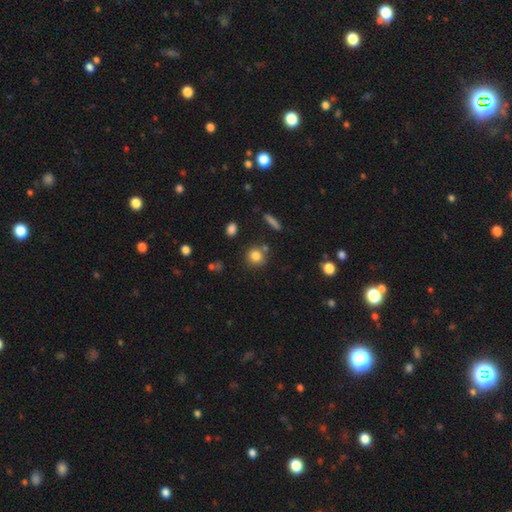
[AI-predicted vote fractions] A smooth galaxy with no disk features (81%) that is round (86%).

Vote fractions:
- Smooth or featured? smooth: 81% / star or artifact: 11% / featured or disk: 8%
- How rounded? round: 86% / in between: 12% / cigar-shaped: 2%
- Merging? none: 77% / minor disturbance: 10% / merger: 10% / major disturbance: 3%